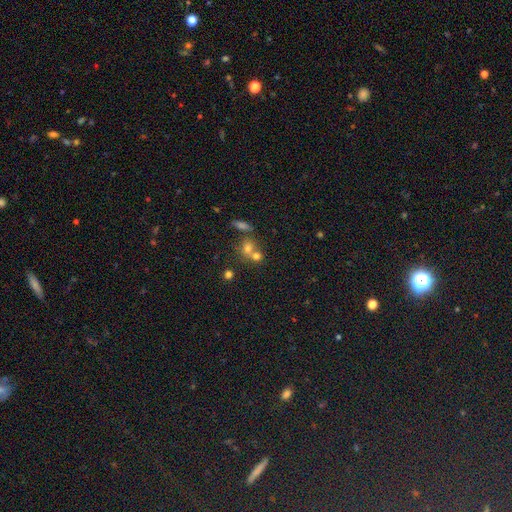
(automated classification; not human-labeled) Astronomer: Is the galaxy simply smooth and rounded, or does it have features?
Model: smooth — 68%.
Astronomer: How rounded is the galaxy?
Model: round — 71%.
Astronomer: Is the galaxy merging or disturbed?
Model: merger — 54% (runner-up: none, 35%).